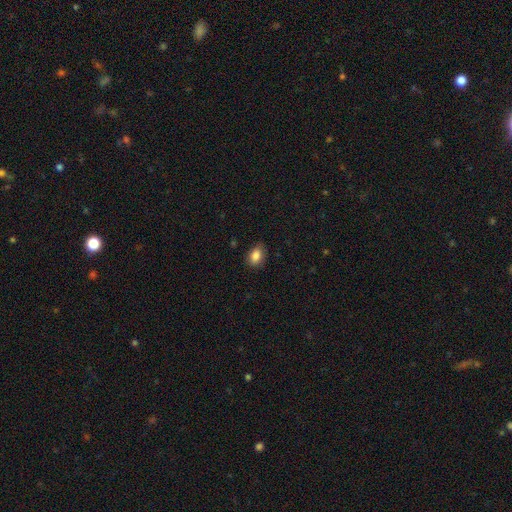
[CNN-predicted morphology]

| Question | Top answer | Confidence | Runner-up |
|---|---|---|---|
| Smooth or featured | smooth | 86% | star or artifact (8%) |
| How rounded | in between | 79% | round (20%) |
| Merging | none | 83% | minor disturbance (13%) |